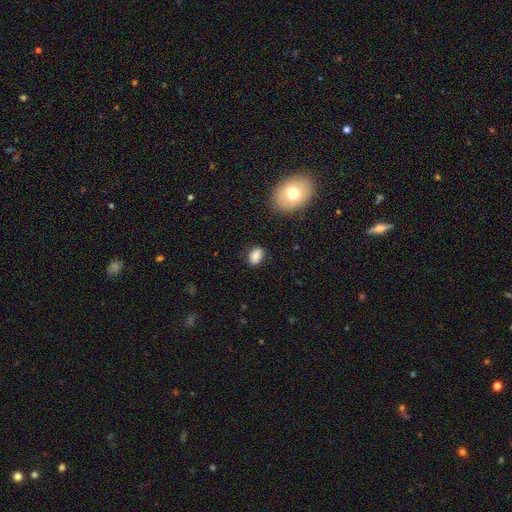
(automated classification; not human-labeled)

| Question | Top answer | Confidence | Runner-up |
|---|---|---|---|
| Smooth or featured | smooth | 80% | featured or disk (11%) |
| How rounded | in between | 80% | round (18%) |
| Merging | none | 78% | minor disturbance (16%) |